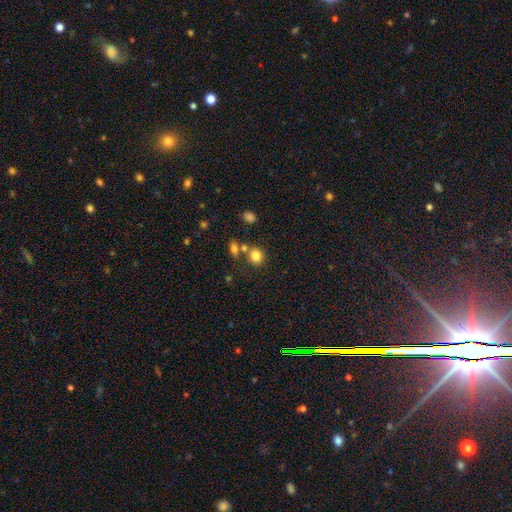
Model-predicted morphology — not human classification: Smooth or featured? smooth (83%)
How rounded? round (81%)
Merging? none (66%)